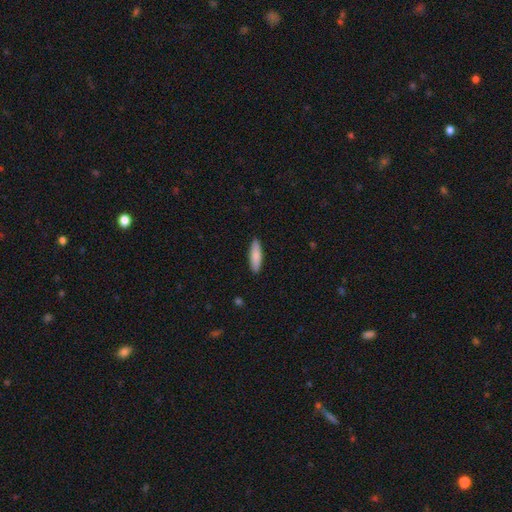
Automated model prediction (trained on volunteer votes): smooth 84%, featured or disk 10%, star or artifact 5%. Down the decision tree: how rounded — cigar-shaped (66%); merging — none (90%).